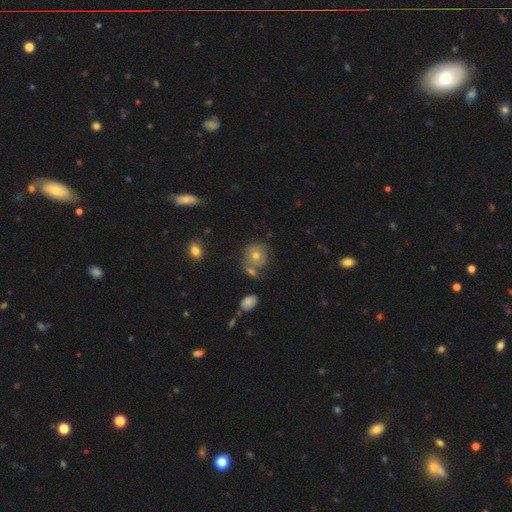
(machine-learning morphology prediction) Smooth or featured?
  - smooth: 50% *
  - featured or disk: 34%
  - star or artifact: 16%
How rounded?
  - round: 82% *
  - in between: 17%
  - cigar-shaped: 1%
Merging?
  - none: 65% *
  - minor disturbance: 16%
  - merger: 13%
  - major disturbance: 6%